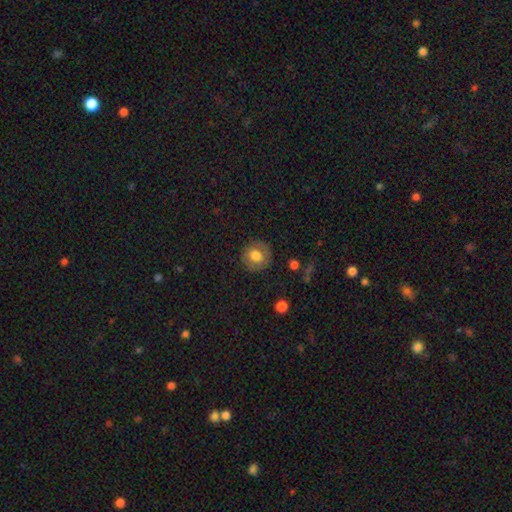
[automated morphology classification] type=smooth (70%); roundness=round (87%); merging=none (84%).